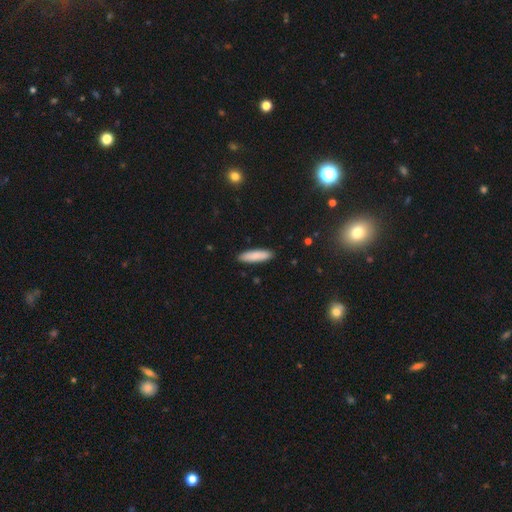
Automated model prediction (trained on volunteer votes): Morphology: type=smooth (87%); roundness=cigar-shaped (68%); merging=none (90%).